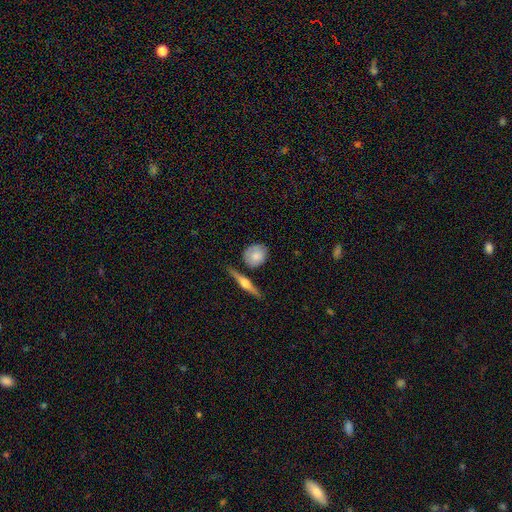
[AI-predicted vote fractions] Smooth or featured? smooth (70%)
How rounded? round (62%)
Merging? none (69%)